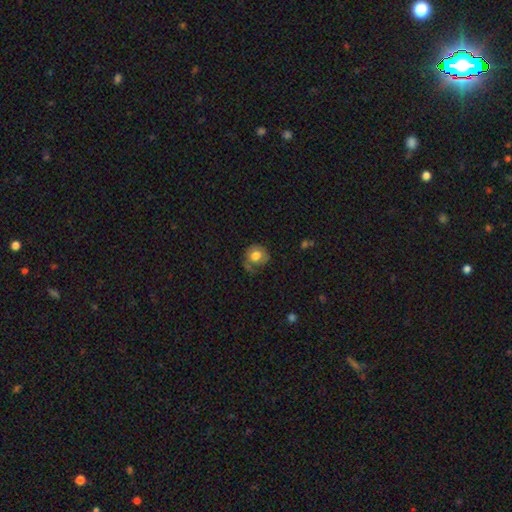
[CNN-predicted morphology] smooth_or_featured: smooth (p=0.69) [alt: featured or disk p=0.23]
how_rounded: round (p=0.79) [alt: in between p=0.20]
merging: none (p=0.56) [alt: minor disturbance p=0.27]